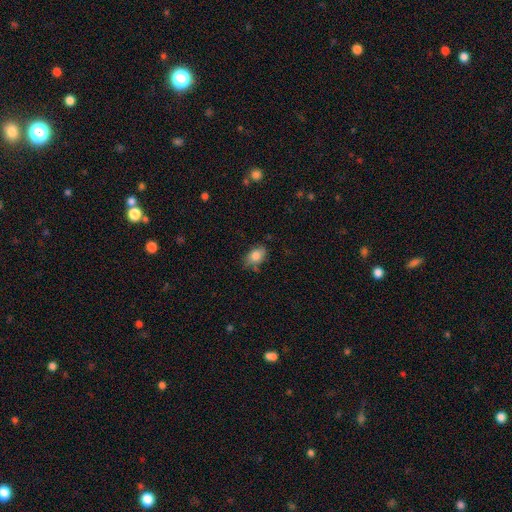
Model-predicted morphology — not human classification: Overall: smooth (82%). How rounded: in between (85%). Merging: none (68%).